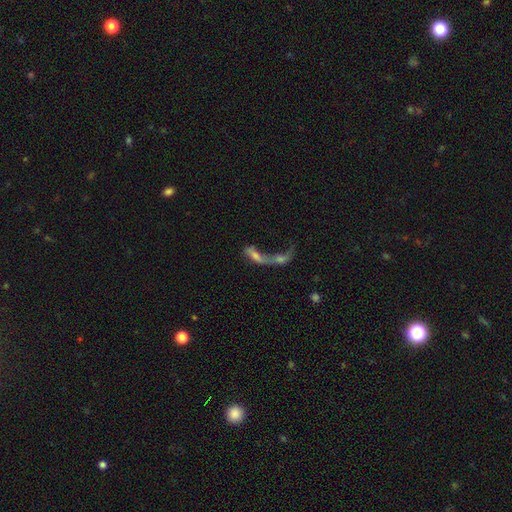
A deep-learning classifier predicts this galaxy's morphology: This is possibly a featured or disk galaxy (50%). It is clearly not viewed edge-on (85%). Merging: likely merger (62%).